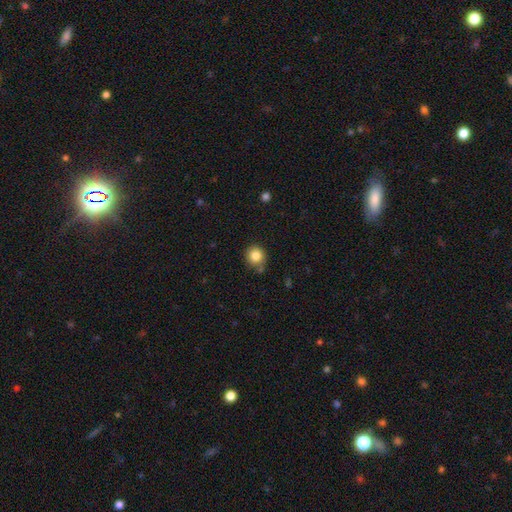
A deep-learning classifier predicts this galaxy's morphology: Smooth or featured: smooth — 84% (star or artifact — 10%)
How rounded: round — 92% (in between — 7%)
Merging: none — 81% (minor disturbance — 11%)